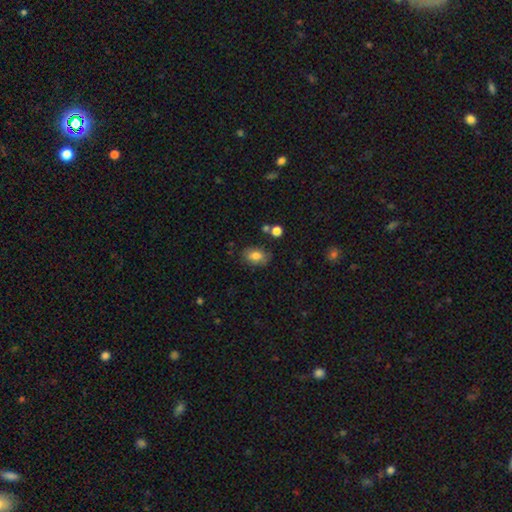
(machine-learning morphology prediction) smooth 78%, featured or disk 13%, star or artifact 9%. Down the decision tree: how rounded — in between (82%); merging — none (74%).